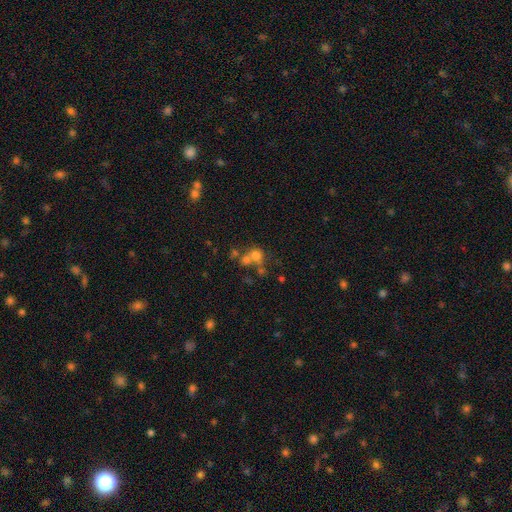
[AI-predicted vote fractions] Overall: smooth (64%). How rounded: round (82%). Merging: merger (45%; none 41%).